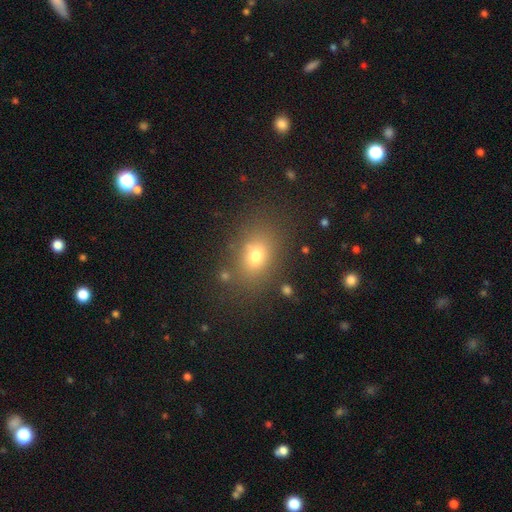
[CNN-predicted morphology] Smooth or featured? Predicted: smooth (p=0.72). How rounded? Predicted: in between (p=0.67). Merging? Predicted: none (p=0.77).